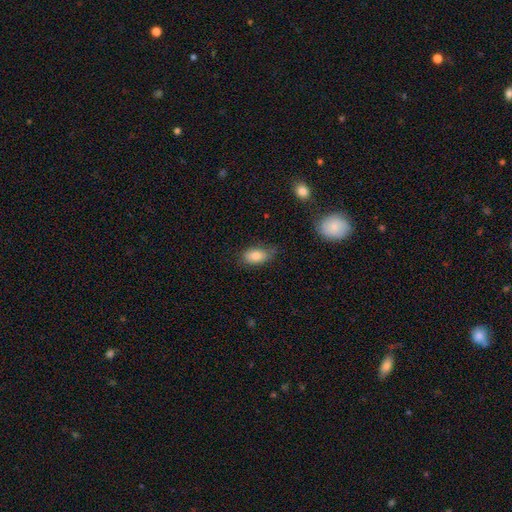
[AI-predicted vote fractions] smooth-or-featured: smooth: 84% | featured or disk: 9% | star or artifact: 8%
  how-rounded: in between: 91% | round: 5% | cigar-shaped: 4%
  merging: none: 67% | minor disturbance: 25% | major disturbance: 6% | merger: 2%